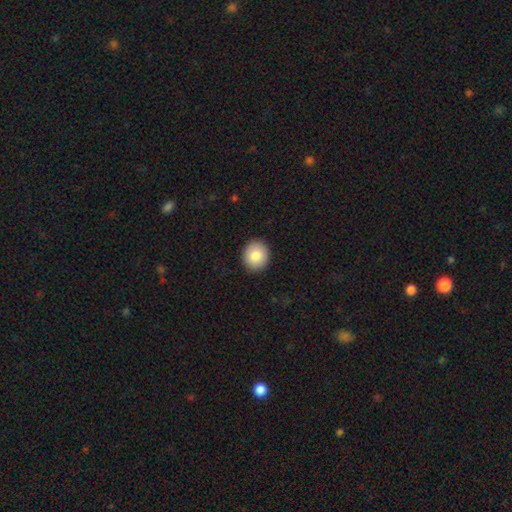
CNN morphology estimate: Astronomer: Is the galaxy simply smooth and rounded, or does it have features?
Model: smooth — 85%.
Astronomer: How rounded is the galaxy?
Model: round — 82%.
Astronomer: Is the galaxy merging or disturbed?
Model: none — 91%.